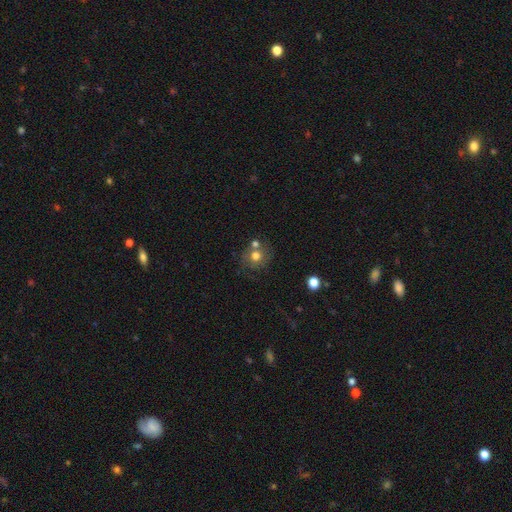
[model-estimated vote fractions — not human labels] Smooth or featured: smooth — 67% (featured or disk — 21%)
How rounded: round — 80% (in between — 19%)
Merging: none — 57% (merger — 21%)